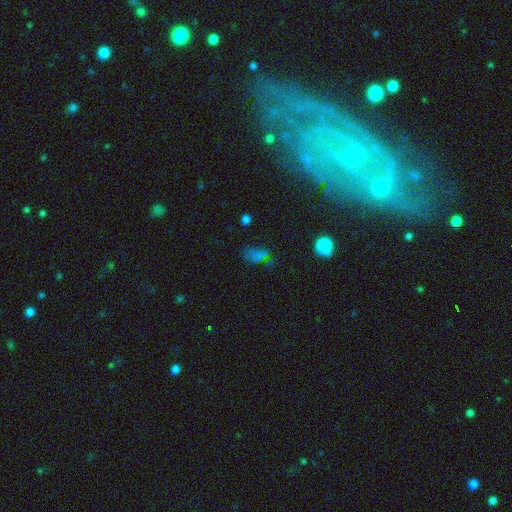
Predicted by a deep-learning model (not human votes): The model was most divided on "smooth or featured": smooth: 47%, star or artifact: 34%, featured or disk: 19%. More confident: merging — none (59%).